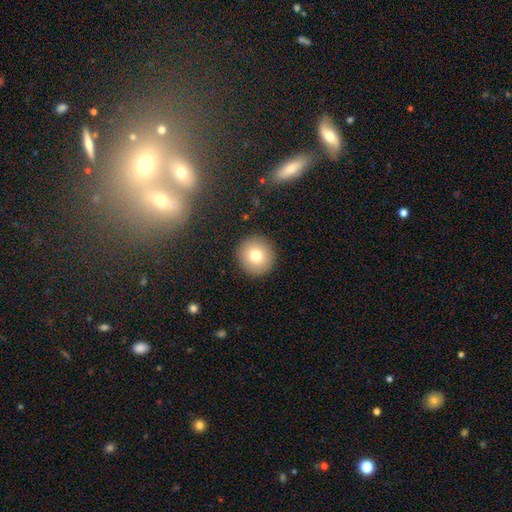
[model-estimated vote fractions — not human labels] The model was most divided on "smooth or featured": smooth: 76%, featured or disk: 13%, star or artifact: 11%. More confident: how rounded — round (95%); merging — none (92%).